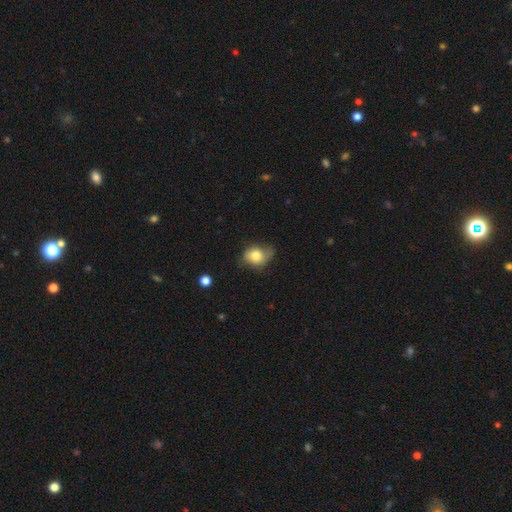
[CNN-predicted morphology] A smooth galaxy with no disk features (76%) that is in between round and cigar-shaped (51%). Merging: none (46%).